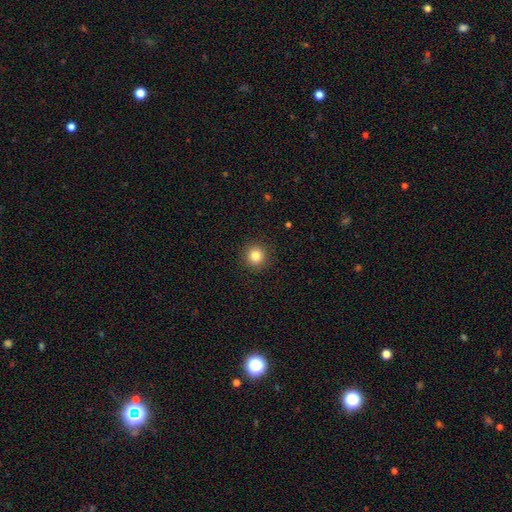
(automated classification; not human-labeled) smooth-or-featured: smooth: 84% | star or artifact: 11% | featured or disk: 5%
  how-rounded: round: 95% | in between: 4% | cigar-shaped: 1%
  merging: none: 92% | minor disturbance: 5% | major disturbance: 2% | merger: 1%